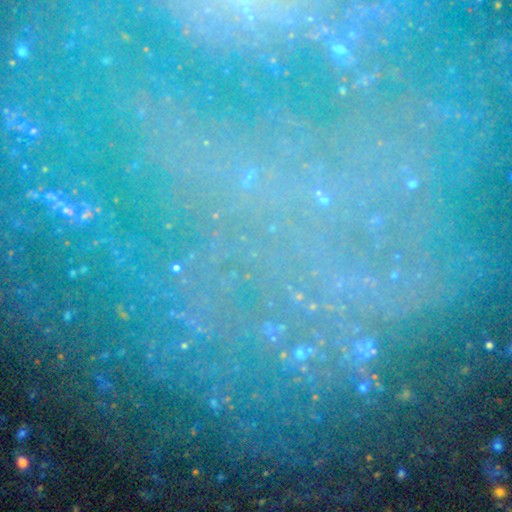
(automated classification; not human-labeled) Morphology: type=star or artifact (72%).